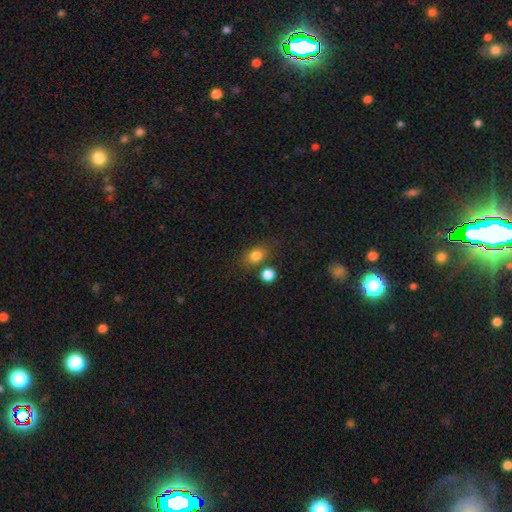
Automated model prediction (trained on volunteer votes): Smooth or featured: smooth — 81% (star or artifact — 12%)
How rounded: in between — 56% (round — 42%)
Merging: none — 68% (minor disturbance — 14%)